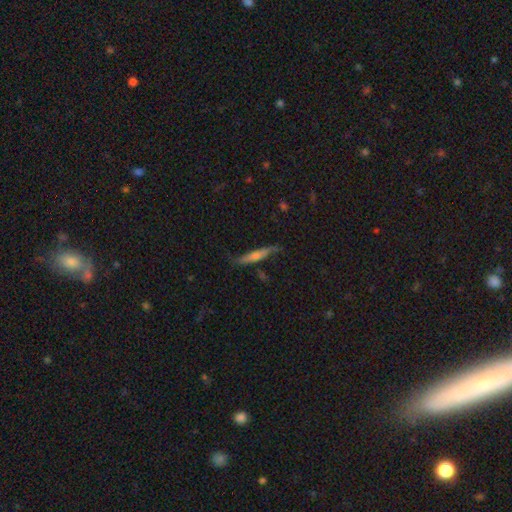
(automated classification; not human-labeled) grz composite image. It shows a featured or disk galaxy (50%). Merging: none (71%).